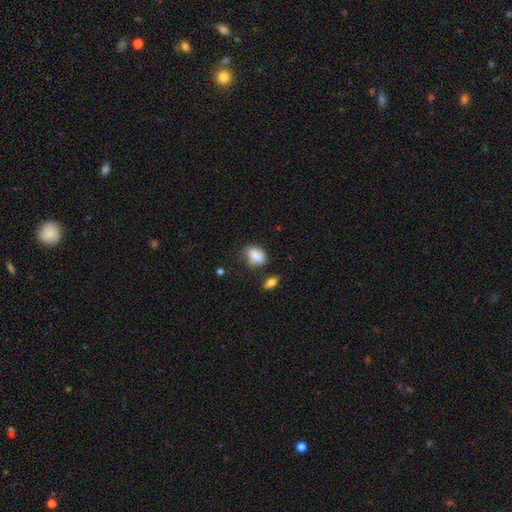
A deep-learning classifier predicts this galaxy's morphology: Smooth or featured? Predicted: smooth (p=0.81). How rounded? Predicted: in between (p=0.74). Merging? Predicted: none (p=0.53).